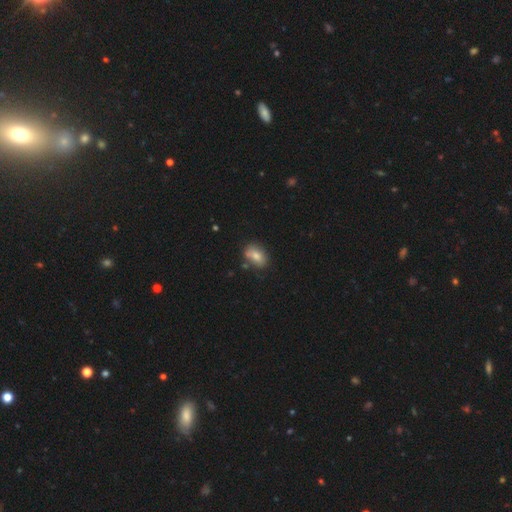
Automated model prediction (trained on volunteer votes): Morphology: type=smooth (76%); roundness=in between (82%); merging=none (66%).